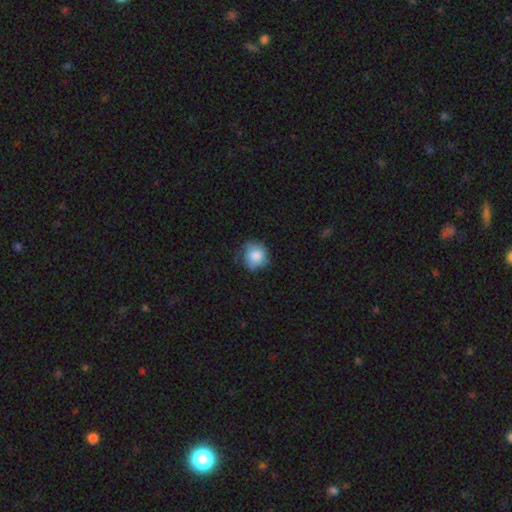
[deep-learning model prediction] A smooth galaxy with no disk features (81%) that is round (85%). Merging: none (60%).